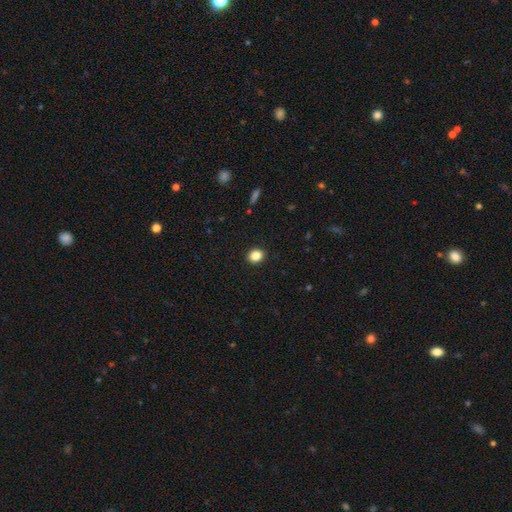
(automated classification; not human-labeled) This is clearly a smooth galaxy (86%). How rounded: possibly round (59%). Merging: clearly none (91%).